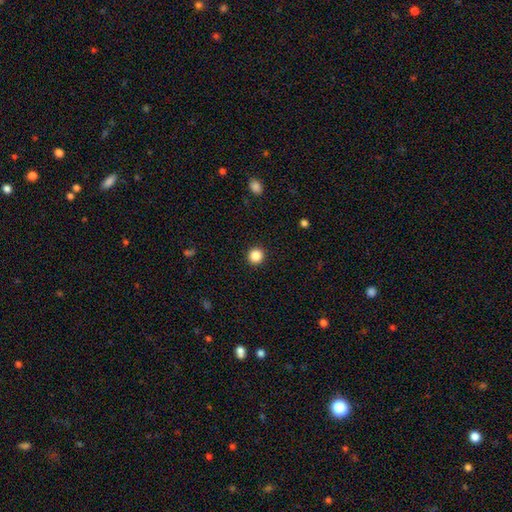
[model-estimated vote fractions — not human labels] A smooth galaxy with no disk features (86%) that is round (94%).

Vote fractions:
- Smooth or featured? smooth: 86% / star or artifact: 10% / featured or disk: 3%
- How rounded? round: 94% / in between: 5% / cigar-shaped: 1%
- Merging? none: 93% / minor disturbance: 4% / major disturbance: 2% / merger: 1%